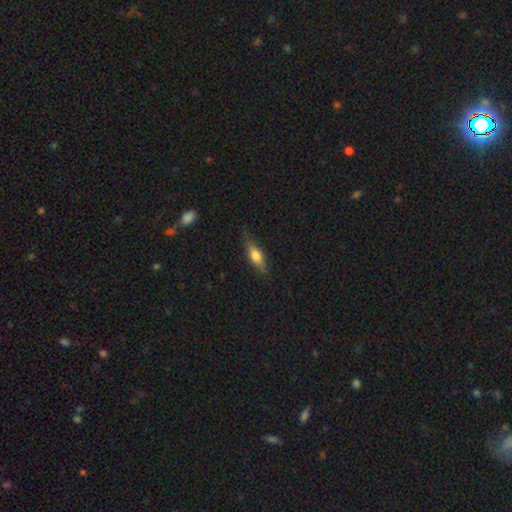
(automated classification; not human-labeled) Q: Smooth or featured?
A: smooth (65%); runner-up: featured or disk (28%)
Q: How rounded?
A: in between (57%); runner-up: cigar-shaped (39%)
Q: Merging?
A: none (77%); runner-up: minor disturbance (18%)